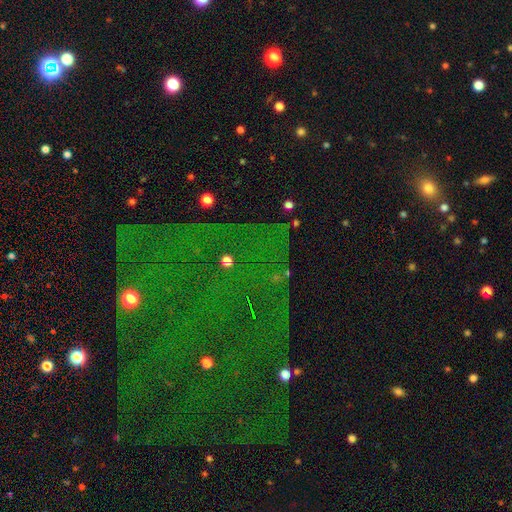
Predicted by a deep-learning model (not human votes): smooth-or-featured: star or artifact: 79% | smooth: 11% | featured or disk: 10%